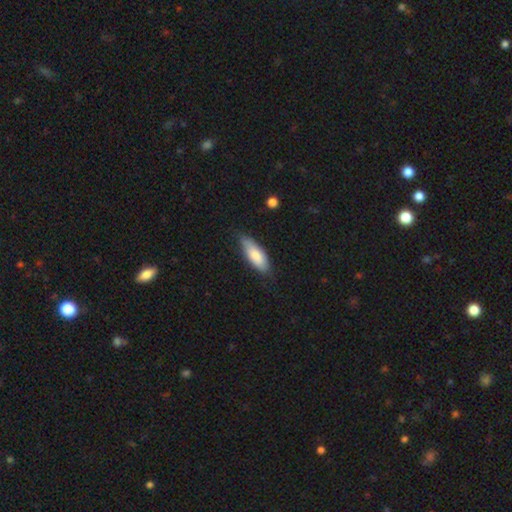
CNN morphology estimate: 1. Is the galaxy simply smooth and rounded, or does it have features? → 80% smooth, 15% featured or disk, 5% star or artifact.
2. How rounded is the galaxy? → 70% in between, 28% cigar-shaped, 2% round.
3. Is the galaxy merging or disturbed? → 72% none, 23% minor disturbance, 4% major disturbance, 2% merger.